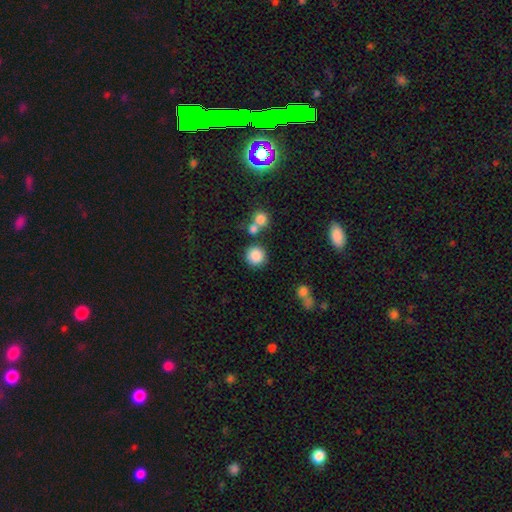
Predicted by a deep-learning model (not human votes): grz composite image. It shows a smooth galaxy with no disk features (85%) that is round (93%). Merging: none (77%).